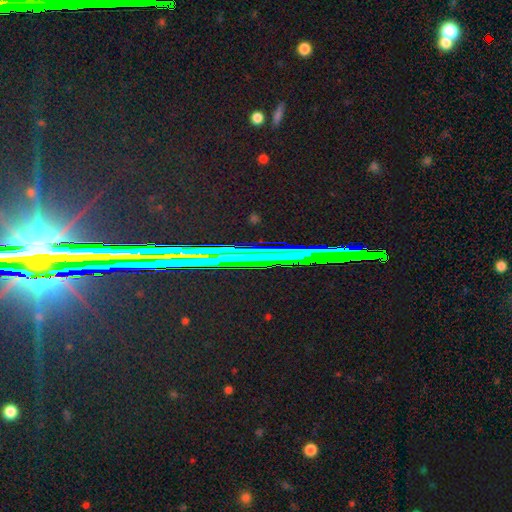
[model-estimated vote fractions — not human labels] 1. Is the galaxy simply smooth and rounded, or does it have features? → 72% star or artifact, 19% featured or disk, 9% smooth.